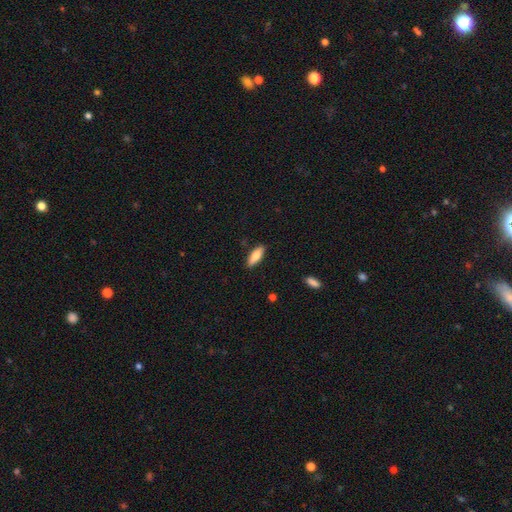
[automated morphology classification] A smooth galaxy with no disk features (80%) that is in between round and cigar-shaped (58%).

Vote fractions:
- Smooth or featured? smooth: 80% / featured or disk: 14% / star or artifact: 6%
- How rounded? in between: 58% / cigar-shaped: 40% / round: 2%
- Merging? none: 87% / minor disturbance: 9% / major disturbance: 2% / merger: 1%